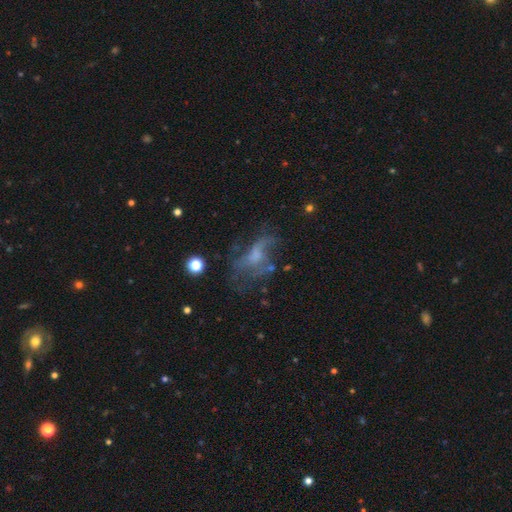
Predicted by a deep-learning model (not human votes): This appears to be a featured or disk galaxy (54%) with no bar (74%), no spiral arms (59%) and no central bulge (42%). Merging: major disturbance (41%).